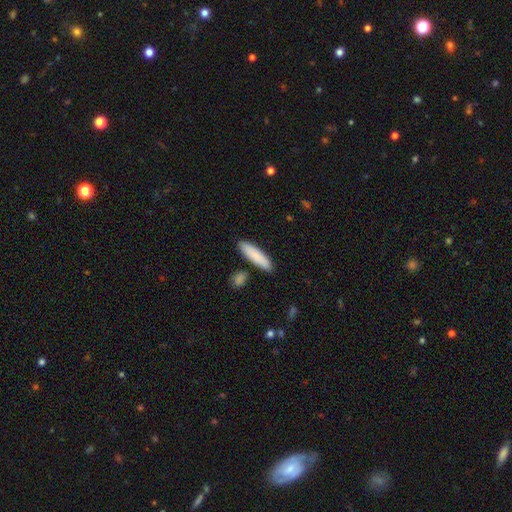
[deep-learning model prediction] Morphology: type=smooth (85%); roundness=cigar-shaped (71%); merging=none (86%).